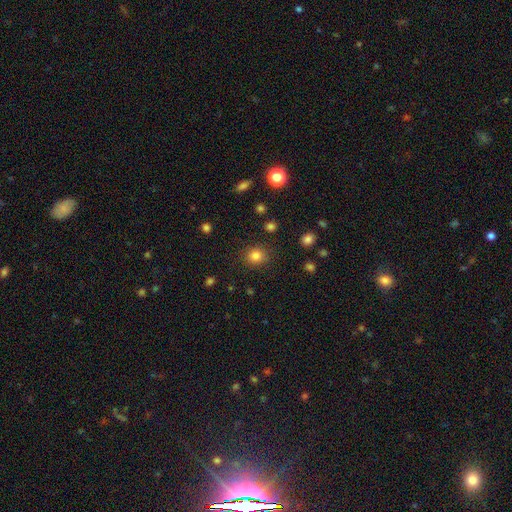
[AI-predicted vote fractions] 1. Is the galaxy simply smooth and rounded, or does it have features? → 83% smooth, 13% star or artifact, 5% featured or disk.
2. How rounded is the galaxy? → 83% round, 16% in between, 1% cigar-shaped.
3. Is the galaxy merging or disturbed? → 87% none, 8% minor disturbance, 3% major disturbance, 2% merger.